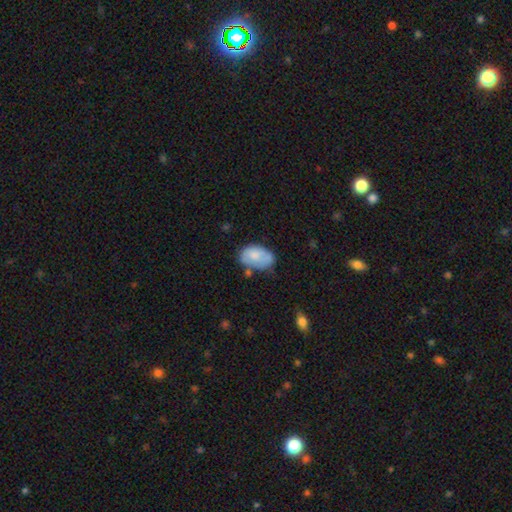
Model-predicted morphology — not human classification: This is likely a smooth galaxy (64%). How rounded: clearly in between (89%). Merging: possibly none (48%).